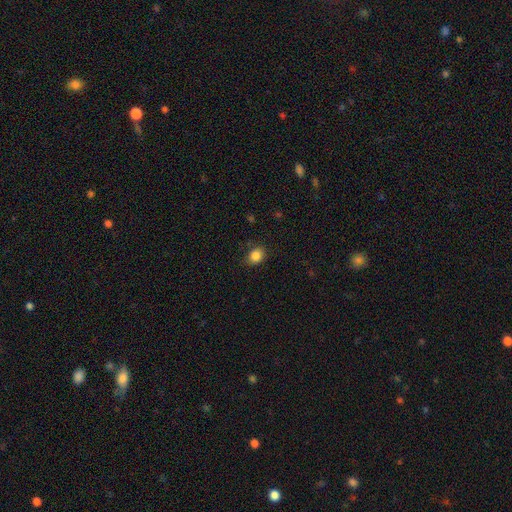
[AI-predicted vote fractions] smooth 86%, star or artifact 10%, featured or disk 4%. Down the decision tree: how rounded — round (52%); merging — none (80%).